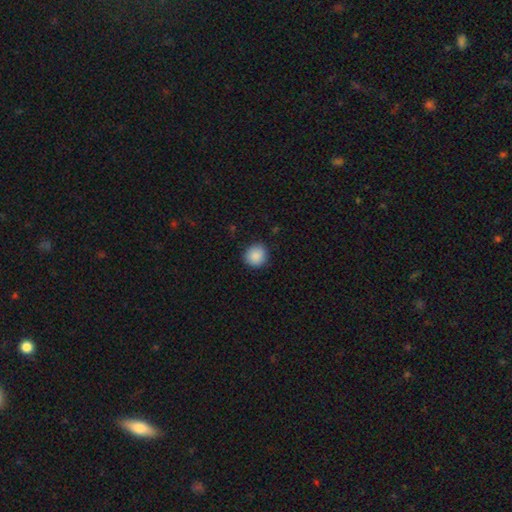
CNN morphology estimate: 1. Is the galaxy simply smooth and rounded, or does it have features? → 89% smooth, 8% star or artifact, 3% featured or disk.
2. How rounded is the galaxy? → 89% round, 10% in between, 1% cigar-shaped.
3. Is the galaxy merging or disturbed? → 87% none, 10% minor disturbance, 2% major disturbance, 1% merger.